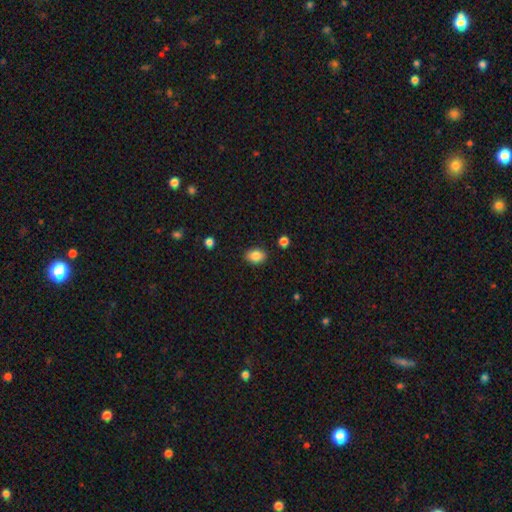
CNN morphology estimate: type=smooth (86%); roundness=in between (69%); merging=none (87%).